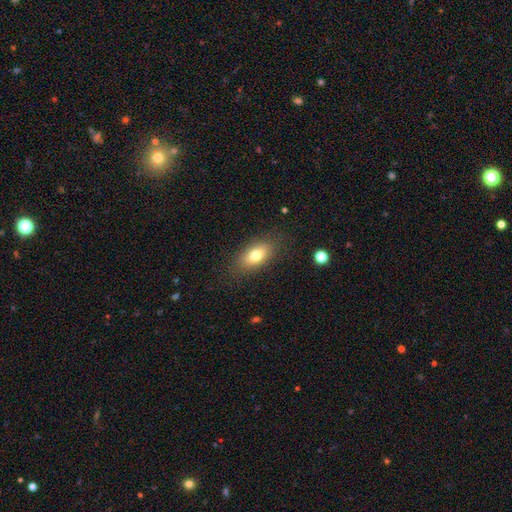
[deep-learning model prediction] Smooth or featured? smooth (76%)
How rounded? in between (85%)
Merging? none (83%)